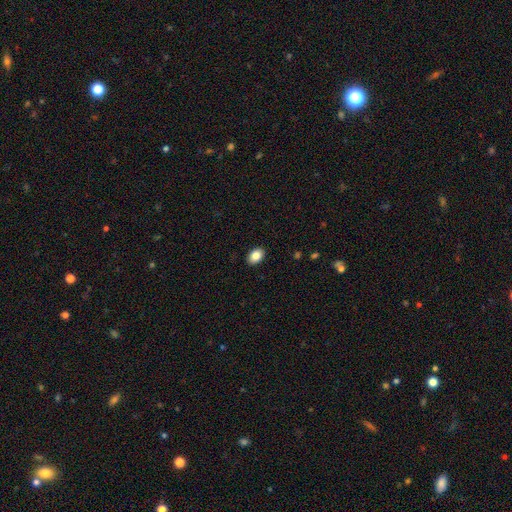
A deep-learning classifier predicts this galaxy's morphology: smooth_or_featured: smooth (p=0.85) [alt: star or artifact p=0.08]
how_rounded: in between (p=0.86) [alt: round p=0.13]
merging: none (p=0.90) [alt: minor disturbance p=0.07]